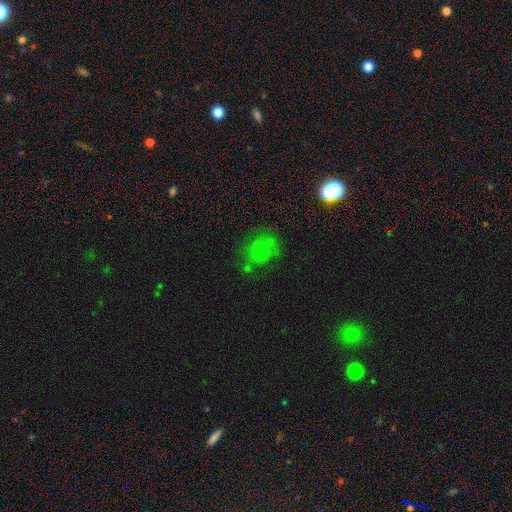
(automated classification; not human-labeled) Smooth or featured: smooth — 60% (star or artifact — 23%)
How rounded: round — 58% (in between — 41%)
Merging: none — 61% (minor disturbance — 22%)